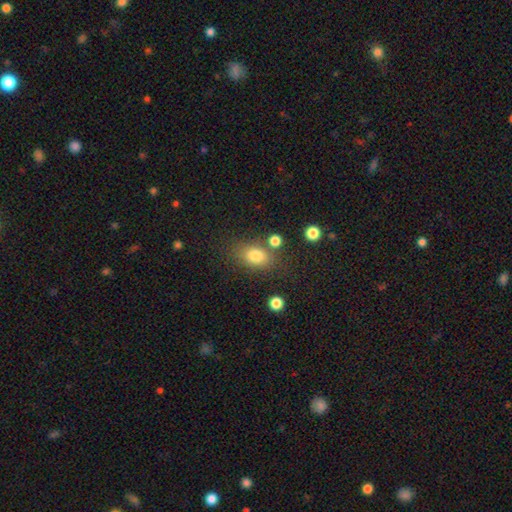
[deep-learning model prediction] A smooth galaxy with no disk features (80%) that is in between round and cigar-shaped (73%).

Vote fractions:
- Smooth or featured? smooth: 80% / star or artifact: 11% / featured or disk: 9%
- How rounded? in between: 73% / round: 25% / cigar-shaped: 2%
- Merging? none: 70% / minor disturbance: 14% / merger: 10% / major disturbance: 6%